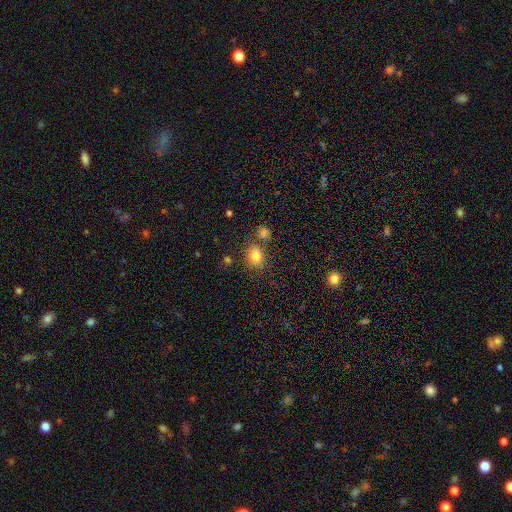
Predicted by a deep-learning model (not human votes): This is clearly a smooth galaxy (80%). How rounded: possibly round (56%). Merging: likely none (72%).